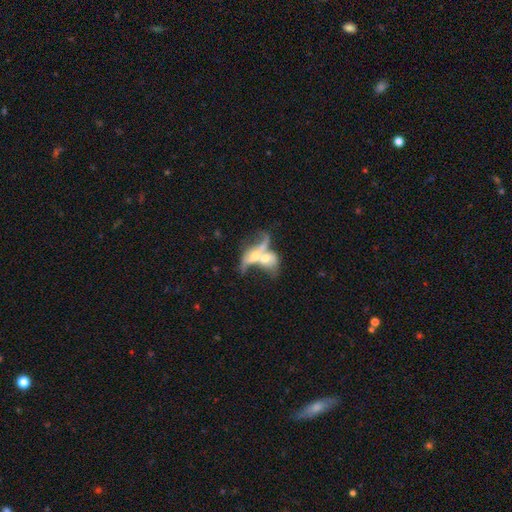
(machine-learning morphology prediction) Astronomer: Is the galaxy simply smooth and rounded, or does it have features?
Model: featured or disk — 61%.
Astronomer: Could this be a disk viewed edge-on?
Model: no — 84%.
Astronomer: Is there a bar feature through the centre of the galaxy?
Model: no — 68%.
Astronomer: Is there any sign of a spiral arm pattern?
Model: yes — 54% (runner-up: no, 46%).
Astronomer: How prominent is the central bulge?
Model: moderate — 54%.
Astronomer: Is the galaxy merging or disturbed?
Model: merger — 74%.